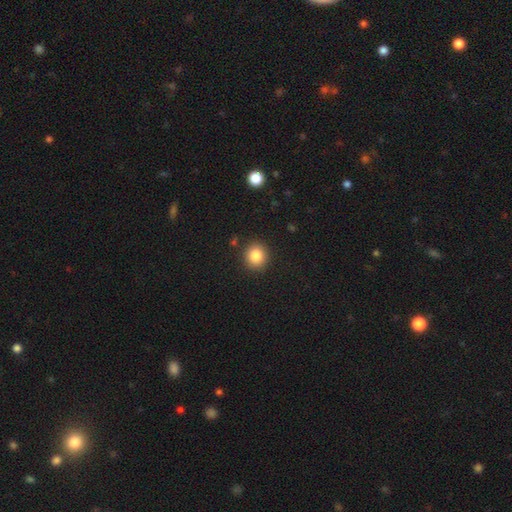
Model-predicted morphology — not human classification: A smooth galaxy with no disk features (85%) that is round (87%). Merging: none (90%).